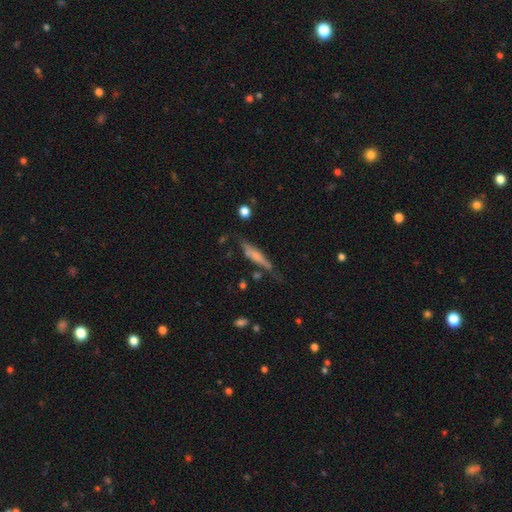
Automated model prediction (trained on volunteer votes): smooth-or-featured: smooth: 48% | featured or disk: 44% | star or artifact: 8%
  merging: none: 57% | minor disturbance: 26% | major disturbance: 11% | merger: 6%